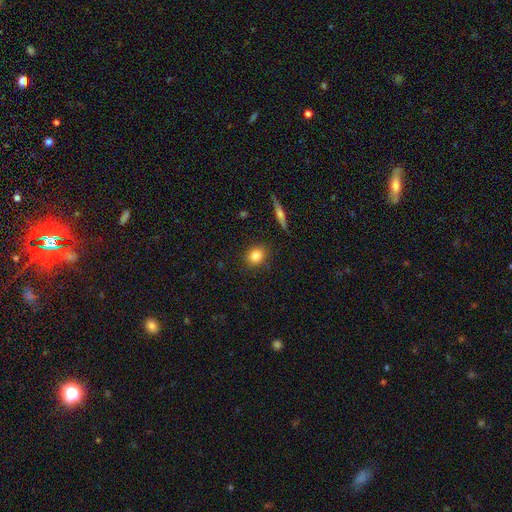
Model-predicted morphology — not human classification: Smooth or featured?
  - smooth: 83% *
  - star or artifact: 9%
  - featured or disk: 8%
How rounded?
  - round: 68% *
  - in between: 30%
  - cigar-shaped: 2%
Merging?
  - none: 89% *
  - minor disturbance: 8%
  - major disturbance: 2%
  - merger: 2%